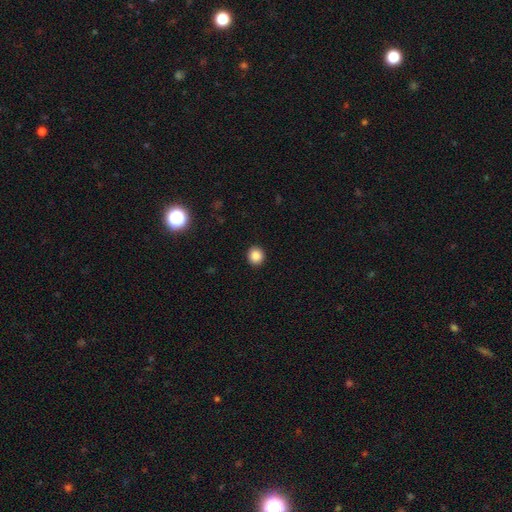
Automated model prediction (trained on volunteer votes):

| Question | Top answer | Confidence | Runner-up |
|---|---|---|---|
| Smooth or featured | smooth | 86% | star or artifact (10%) |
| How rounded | round | 90% | in between (9%) |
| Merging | none | 92% | minor disturbance (5%) |